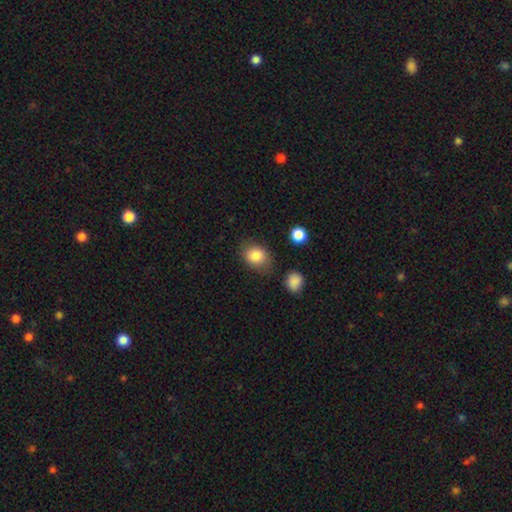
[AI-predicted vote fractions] Q: Smooth or featured?
A: smooth (84%); runner-up: star or artifact (9%)
Q: How rounded?
A: in between (55%); runner-up: round (44%)
Q: Merging?
A: none (74%); runner-up: minor disturbance (16%)